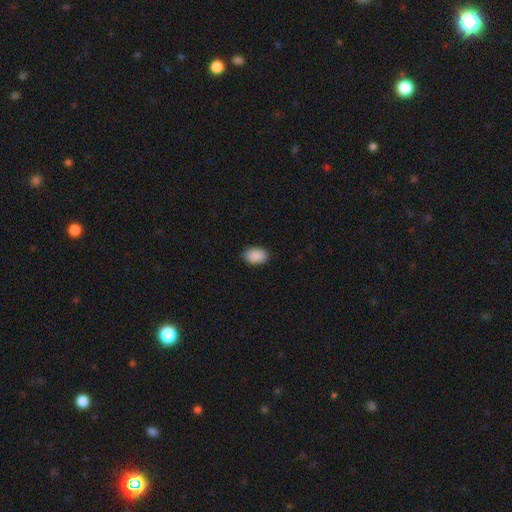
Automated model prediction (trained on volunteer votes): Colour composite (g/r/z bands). It shows a smooth galaxy with no disk features (90%) that is in between round and cigar-shaped (85%). Merging: none (85%).